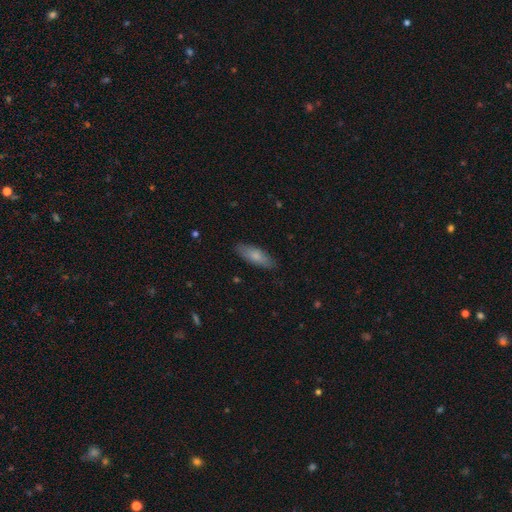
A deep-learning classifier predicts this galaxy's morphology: This is likely a smooth galaxy (77%). How rounded: likely in between (62%). Merging: clearly none (85%).